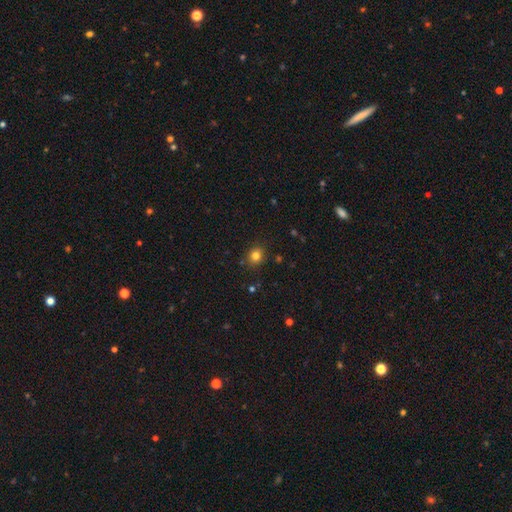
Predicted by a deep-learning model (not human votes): Smooth or featured? Predicted: smooth (p=0.80). How rounded? Predicted: round (p=0.74). Merging? Predicted: none (p=0.86).